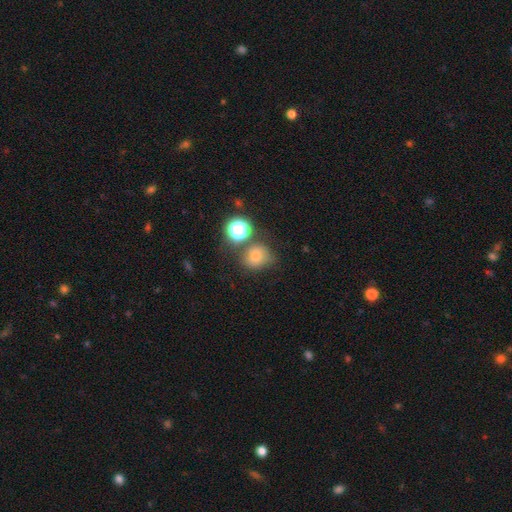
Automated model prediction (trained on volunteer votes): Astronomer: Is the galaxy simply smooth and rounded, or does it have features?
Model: smooth — 67%.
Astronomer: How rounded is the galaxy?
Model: round — 75%.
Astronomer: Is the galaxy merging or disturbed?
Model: none — 62%.